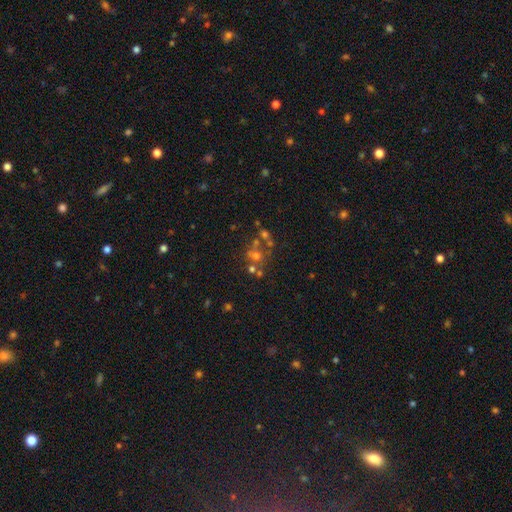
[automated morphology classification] This appears to be a smooth galaxy with no disk features (40%). Merging: none (50%).